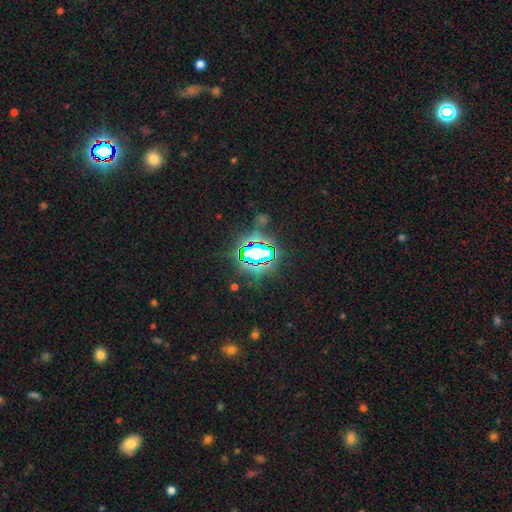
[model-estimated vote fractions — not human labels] Smooth or featured: star or artifact — 74% (smooth — 15%)